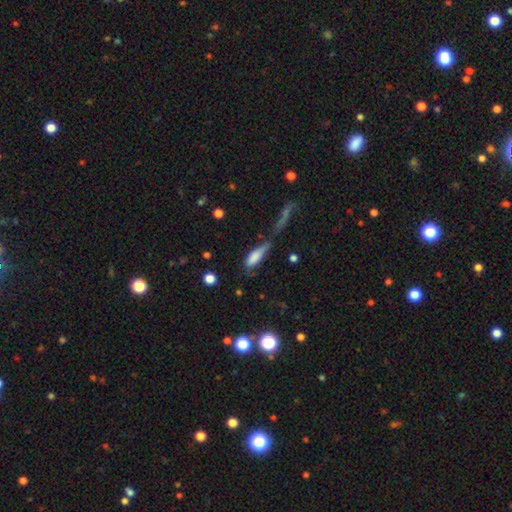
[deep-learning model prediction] Smooth or featured?
  - smooth: 77% *
  - featured or disk: 14%
  - star or artifact: 9%
How rounded?
  - in between: 57% *
  - cigar-shaped: 41%
  - round: 3%
Merging?
  - none: 30% * (tied)
  - minor disturbance: 30% * (tied)
  - major disturbance: 21%
  - merger: 18%